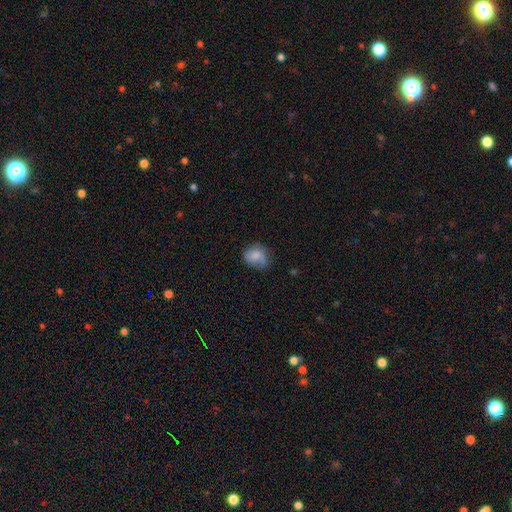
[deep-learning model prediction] Smooth or featured? Predicted: smooth (p=0.75). How rounded? Predicted: round (p=0.60). Merging? Predicted: none (p=0.58).